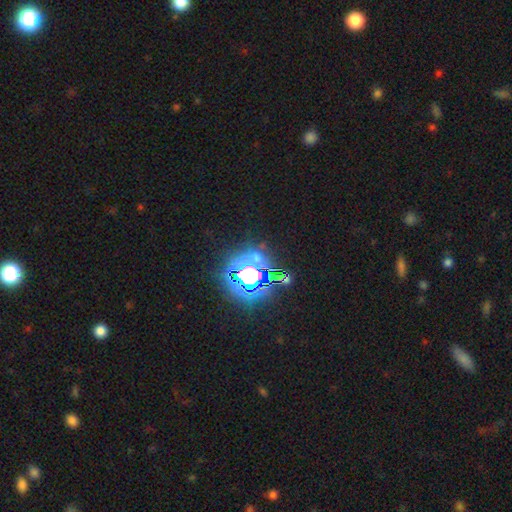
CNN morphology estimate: smooth_or_featured: star or artifact (p=0.76) [alt: smooth p=0.14]